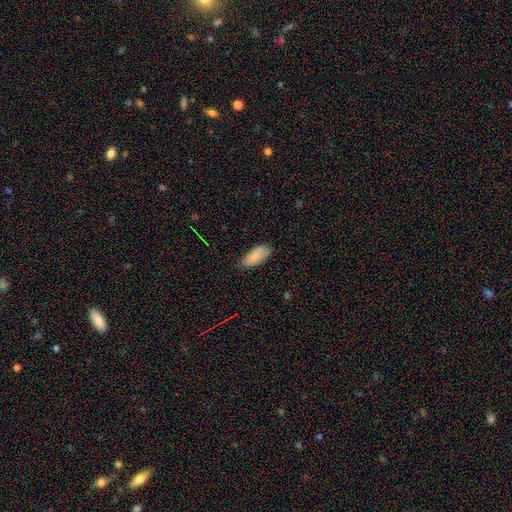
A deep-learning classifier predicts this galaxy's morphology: This appears to be a smooth galaxy with no disk features (83%) that is in between round and cigar-shaped (90%). Merging: none (71%).